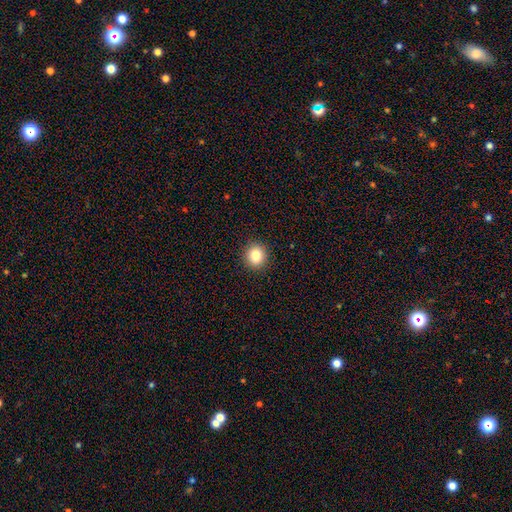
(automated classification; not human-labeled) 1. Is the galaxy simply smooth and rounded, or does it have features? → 84% smooth, 10% star or artifact, 6% featured or disk.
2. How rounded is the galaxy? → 85% round, 14% in between, 1% cigar-shaped.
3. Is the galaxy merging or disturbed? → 92% none, 5% minor disturbance, 2% major disturbance, 1% merger.